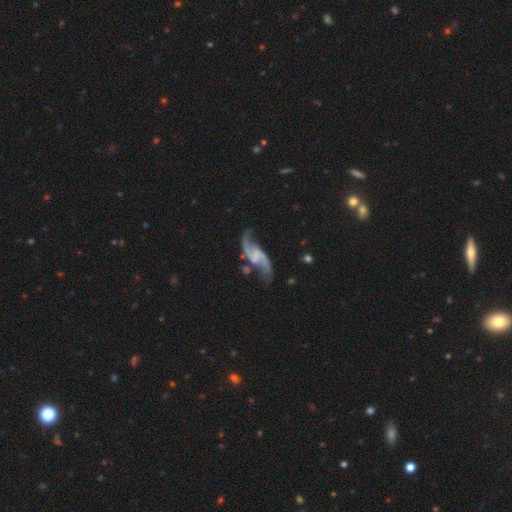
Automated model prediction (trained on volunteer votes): featured or disk 89%, smooth 6%, star or artifact 5%. Down the decision tree: edge-on disk — no (97%); bar — weak (44%); spiral arms — yes (96%); spiral arm count — 2 (94%); spiral winding — loose (83%); bulge size — none (57%); merging — none (64%).